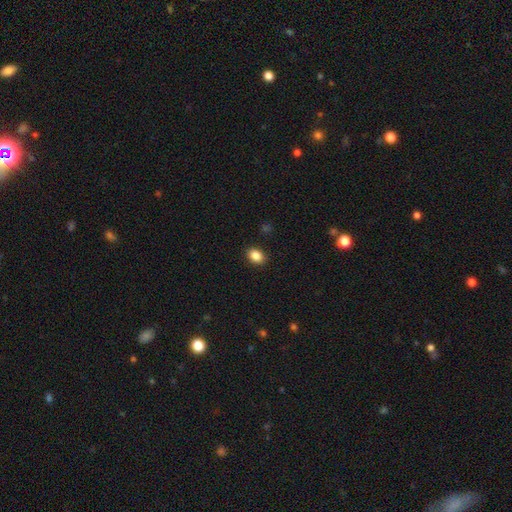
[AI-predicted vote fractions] Morphology: type=smooth (87%); roundness=in between (70%); merging=none (90%).